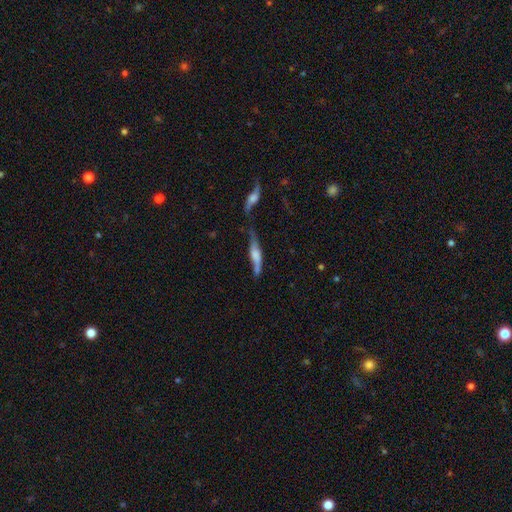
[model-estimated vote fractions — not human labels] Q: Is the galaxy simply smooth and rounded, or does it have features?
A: featured or disk — 49%.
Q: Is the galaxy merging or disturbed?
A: none — 32%.